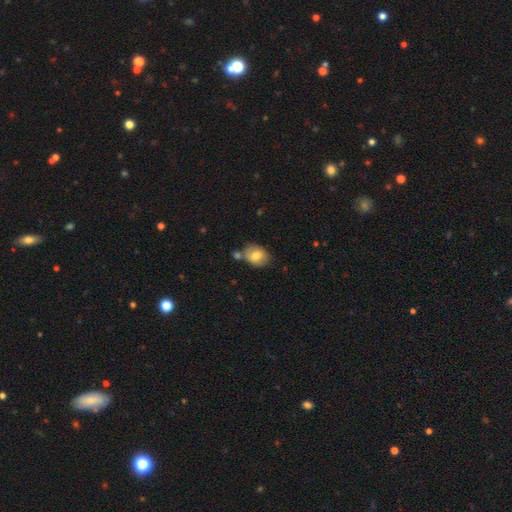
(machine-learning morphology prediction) Smooth or featured?
  - smooth: 73% *
  - featured or disk: 19%
  - star or artifact: 8%
How rounded?
  - in between: 69% *
  - round: 30%
  - cigar-shaped: 1%
Merging?
  - none: 62% *
  - minor disturbance: 18%
  - merger: 16%
  - major disturbance: 4%